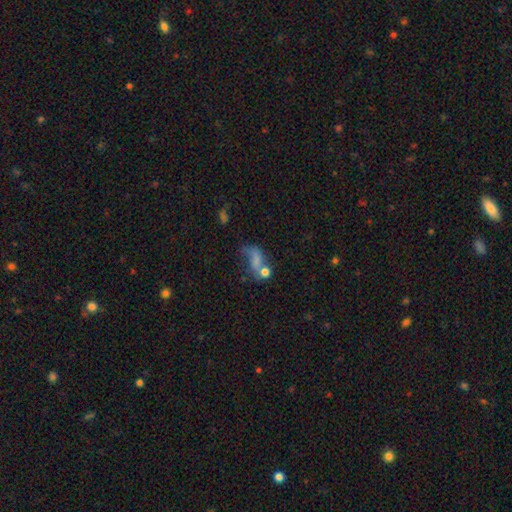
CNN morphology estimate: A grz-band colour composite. It shows a smooth galaxy with no disk features (48%). Merging: major disturbance (29%, tied with merger).